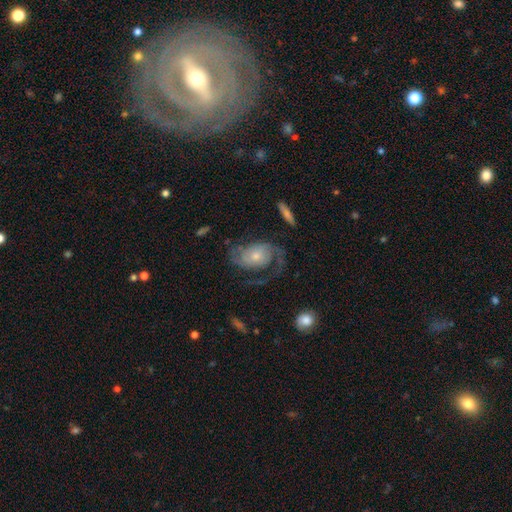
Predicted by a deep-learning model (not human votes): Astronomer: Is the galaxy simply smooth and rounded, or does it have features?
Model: featured or disk — 80%.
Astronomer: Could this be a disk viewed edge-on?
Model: no — 97%.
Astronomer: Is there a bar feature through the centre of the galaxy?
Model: no — 69%.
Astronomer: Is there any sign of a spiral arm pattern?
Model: yes — 92%.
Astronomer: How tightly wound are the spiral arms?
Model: medium — 43% (runner-up: loose, 32%).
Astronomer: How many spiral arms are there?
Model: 2 — 56%.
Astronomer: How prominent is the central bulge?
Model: small — 51% (runner-up: moderate, 39%).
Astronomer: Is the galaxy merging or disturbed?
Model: none — 48% (runner-up: major disturbance, 34%).